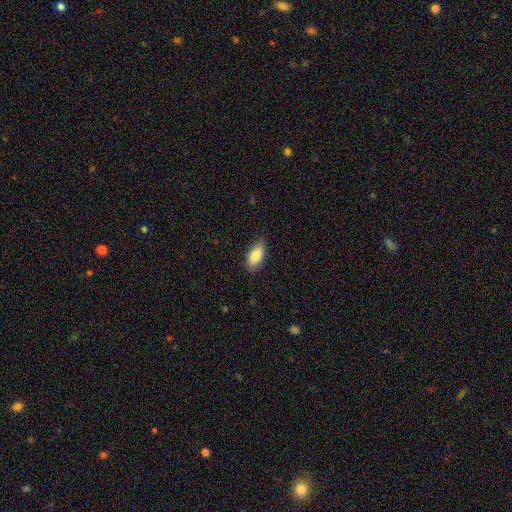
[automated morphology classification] Smooth or featured? Predicted: smooth (p=0.86). How rounded? Predicted: in between (p=0.92). Merging? Predicted: none (p=0.74).